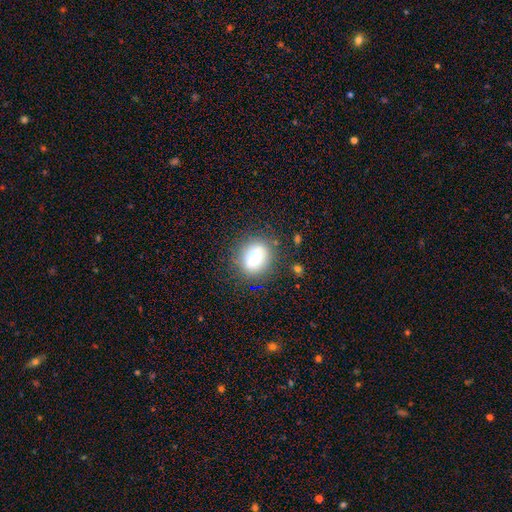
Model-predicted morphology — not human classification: The model was most divided on "how rounded": round: 69%, in between: 30%, cigar-shaped: 1%. More confident: merging — none (79%); smooth or featured — smooth (68%).